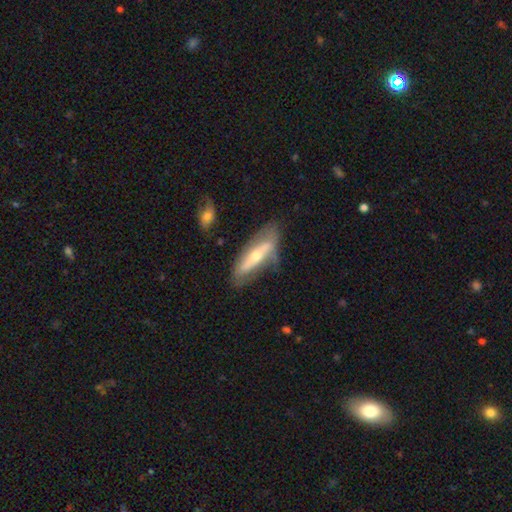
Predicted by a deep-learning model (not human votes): Overall: featured or disk (65%; smooth 29%). Edge-on disk: no (57%; yes 43%). Merging: none (62%; minor disturbance 25%).